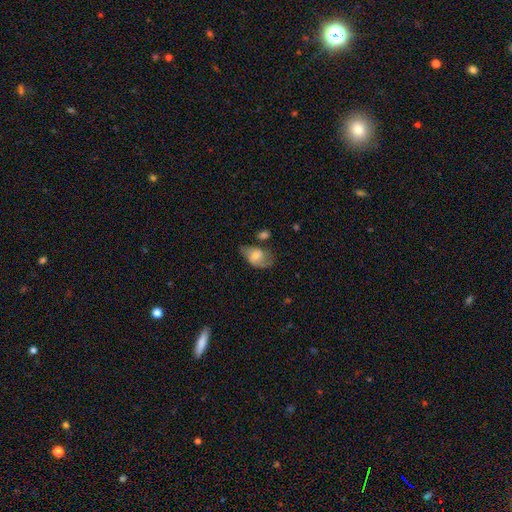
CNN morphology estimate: A smooth galaxy with no disk features (53%) that is in between round and cigar-shaped (83%). Merging: none (46%).